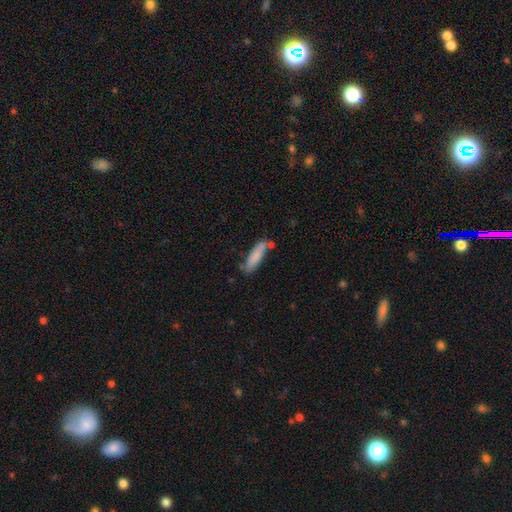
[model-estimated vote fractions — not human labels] Q: Smooth or featured?
A: smooth (83%); runner-up: featured or disk (11%)
Q: How rounded?
A: cigar-shaped (67%); runner-up: in between (32%)
Q: Merging?
A: none (66%); runner-up: minor disturbance (19%)